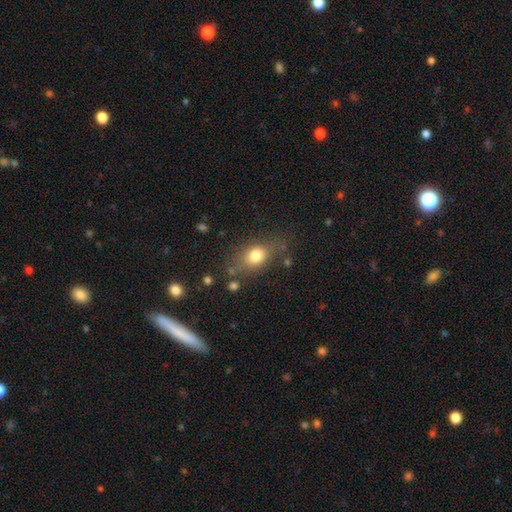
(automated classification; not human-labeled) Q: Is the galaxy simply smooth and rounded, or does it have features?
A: smooth — 77%.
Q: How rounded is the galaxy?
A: in between — 65%.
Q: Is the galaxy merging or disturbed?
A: none — 68%.